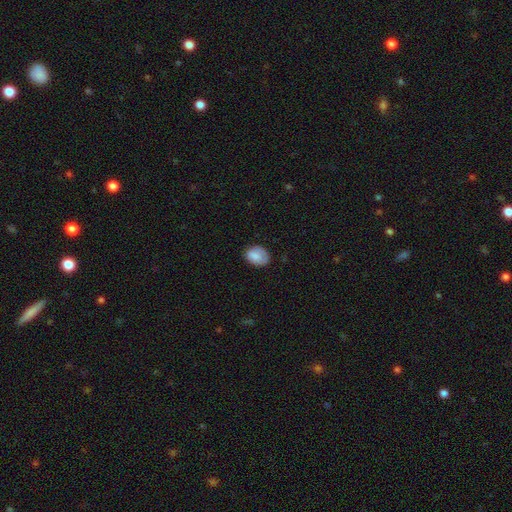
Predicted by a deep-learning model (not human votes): smooth-or-featured: smooth: 79% | featured or disk: 13% | star or artifact: 8%
  how-rounded: in between: 69% | round: 30% | cigar-shaped: 1%
  merging: none: 69% | minor disturbance: 23% | major disturbance: 7% | merger: 1%